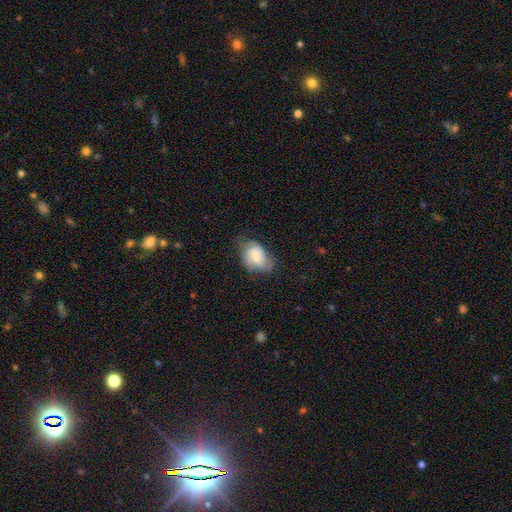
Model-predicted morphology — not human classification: Smooth or featured? Predicted: smooth (p=0.62). How rounded? Predicted: in between (p=0.82). Merging? Predicted: none (p=0.50).